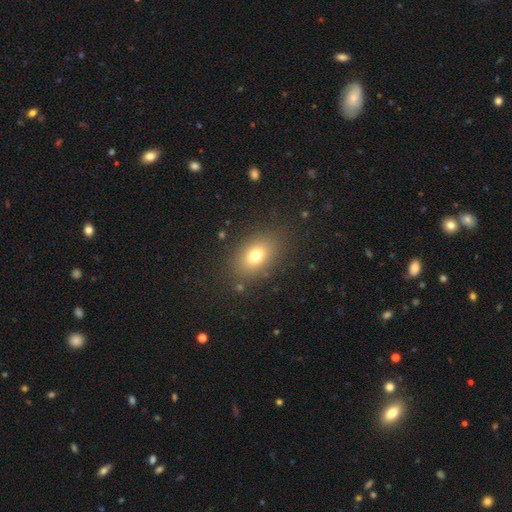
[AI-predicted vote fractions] Smooth or featured? Predicted: smooth (p=0.73). How rounded? Predicted: in between (p=0.76). Merging? Predicted: none (p=0.85).